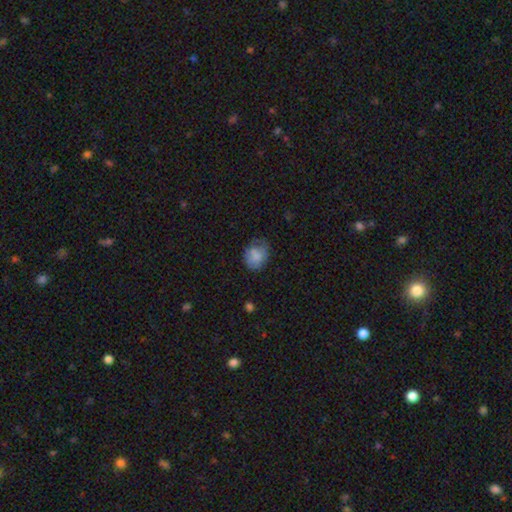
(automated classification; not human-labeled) smooth_or_featured: smooth (p=0.75) [alt: featured or disk p=0.17]
how_rounded: in between (p=0.50) [alt: round p=0.49]
merging: none (p=0.52) [alt: minor disturbance p=0.32]